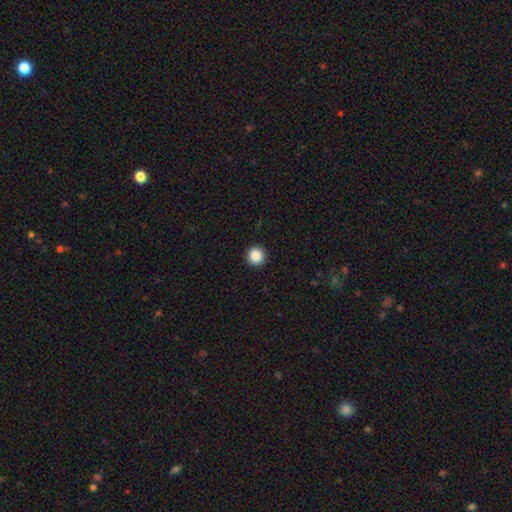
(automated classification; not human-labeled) Smooth or featured?
  - smooth: 88% *
  - star or artifact: 9%
  - featured or disk: 3%
How rounded?
  - round: 96% *
  - in between: 3%
  - cigar-shaped: 1%
Merging?
  - none: 93% *
  - minor disturbance: 4%
  - major disturbance: 2%
  - merger: 1%